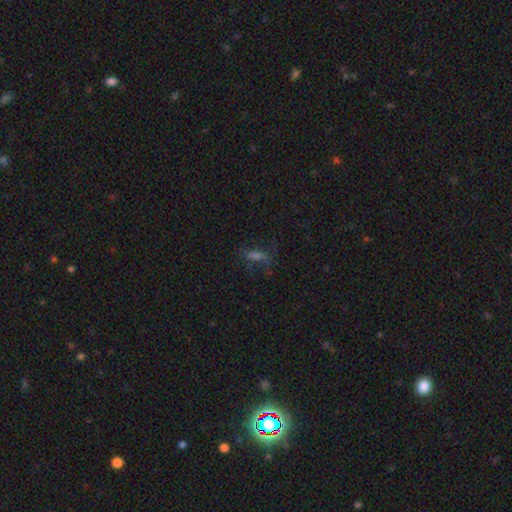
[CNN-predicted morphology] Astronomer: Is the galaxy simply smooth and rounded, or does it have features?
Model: smooth — 41% (runner-up: star or artifact, 31%).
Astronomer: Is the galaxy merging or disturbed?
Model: none — 59%.